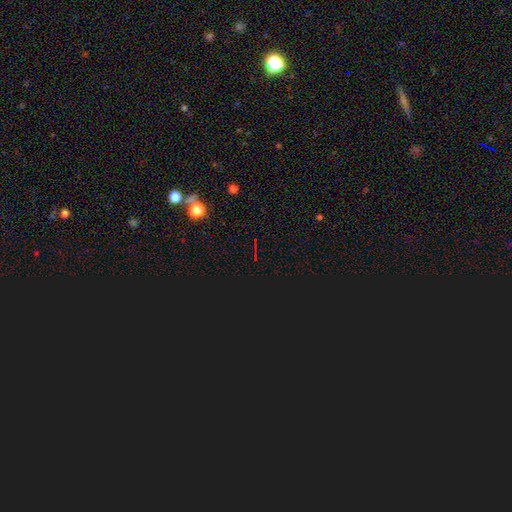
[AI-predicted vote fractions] Smooth or featured? star or artifact (79%)